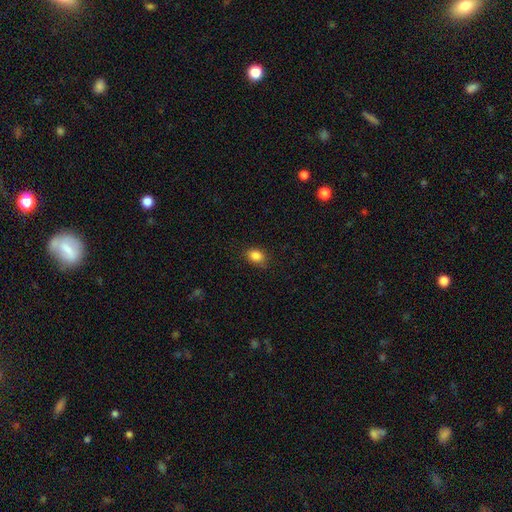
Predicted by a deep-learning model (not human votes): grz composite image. It shows a smooth galaxy with no disk features (86%) that is in between round and cigar-shaped (65%). Merging: none (80%).